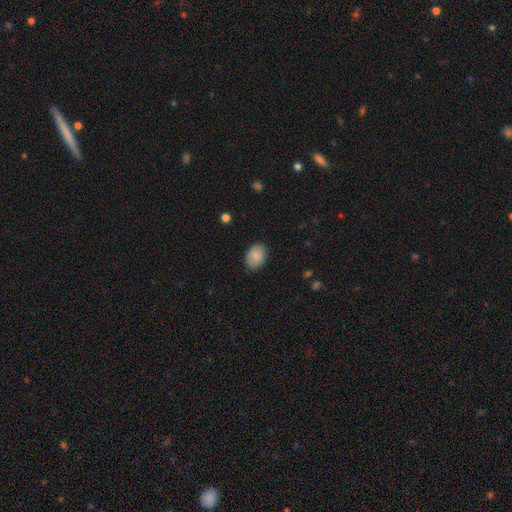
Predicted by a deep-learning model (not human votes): Smooth or featured? Predicted: smooth (p=0.87). How rounded? Predicted: in between (p=0.77). Merging? Predicted: none (p=0.85).